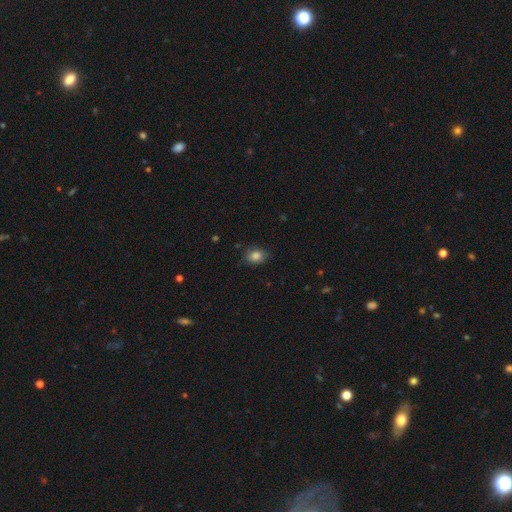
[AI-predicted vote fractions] smooth-or-featured: smooth: 84% | star or artifact: 10% | featured or disk: 7%
  how-rounded: in between: 61% | round: 38% | cigar-shaped: 1%
  merging: none: 76% | minor disturbance: 19% | major disturbance: 4% | merger: 1%